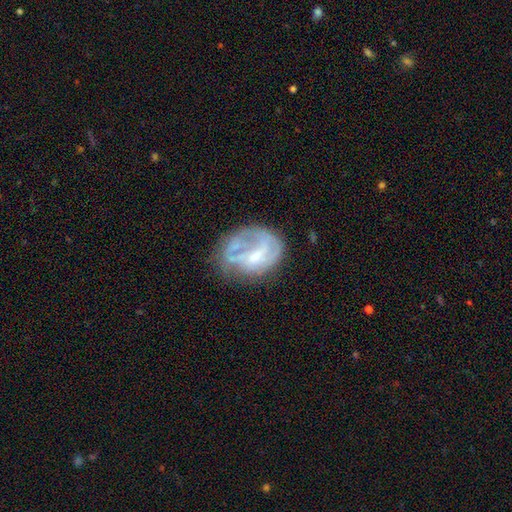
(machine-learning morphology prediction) Smooth or featured?
  - featured or disk: 66% *
  - smooth: 25%
  - star or artifact: 9%
Edge-on disk?
  - no: 97% *
  - yes: 3%
Bar?
  - no: 49% *
  - weak: 39%
  - strong: 12%
Spiral arms?
  - yes: 53% *
  - no: 47%
Bulge size?
  - small: 52% *
  - moderate: 30%
  - none: 14%
  - large: 2%
  - dominant: 1%
Merging?
  - none: 43% *
  - major disturbance: 27%
  - minor disturbance: 25%
  - merger: 5%